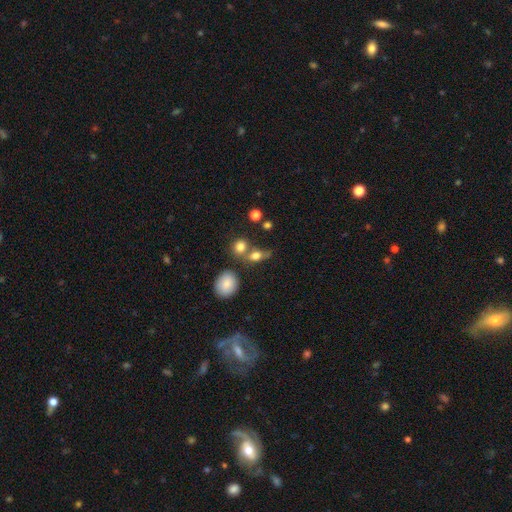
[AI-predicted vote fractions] Smooth or featured?
  - smooth: 76% *
  - featured or disk: 13%
  - star or artifact: 11%
How rounded?
  - in between: 51% *
  - round: 43%
  - cigar-shaped: 6%
Merging?
  - none: 47% *
  - merger: 34%
  - minor disturbance: 13%
  - major disturbance: 7%